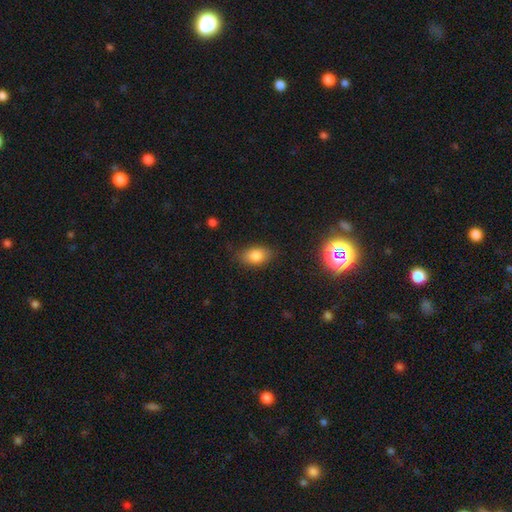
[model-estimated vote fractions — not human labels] Morphology: type=smooth (82%); roundness=in between (86%); merging=none (82%).